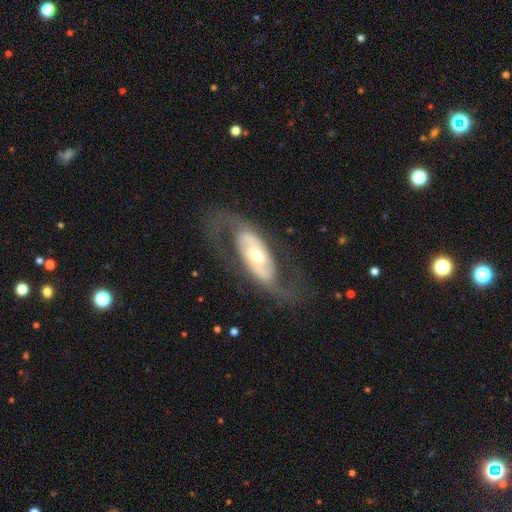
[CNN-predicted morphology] featured or disk 81%, smooth 14%, star or artifact 5%. Down the decision tree: edge-on disk — no (91%); bar — no (45%); spiral arms — yes (83%); spiral arm count — 2 (89%); spiral winding — medium (43%); bulge size — moderate (62%); merging — none (71%).